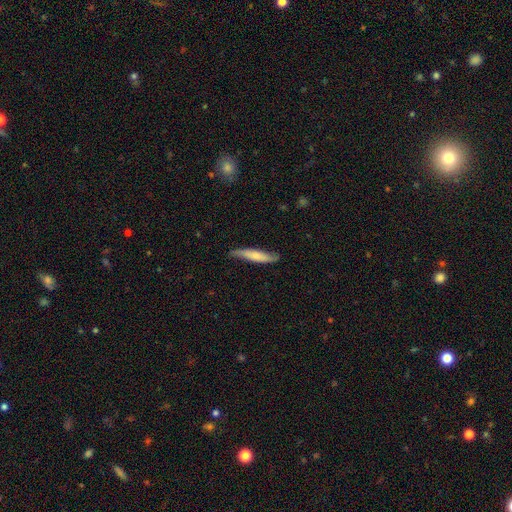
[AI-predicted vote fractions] Smooth or featured: smooth — 56% (featured or disk — 39%)
How rounded: cigar-shaped — 87% (in between — 11%)
Merging: none — 73% (minor disturbance — 22%)